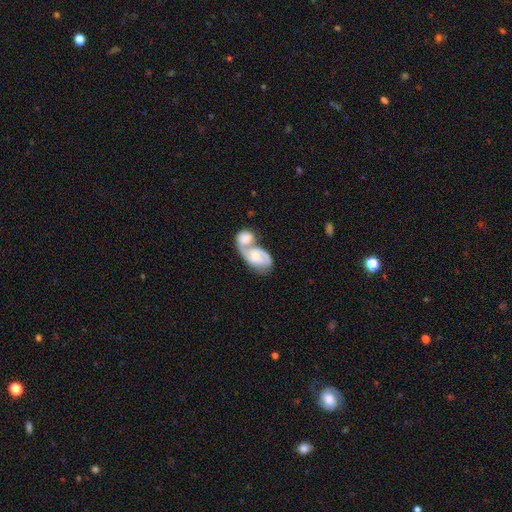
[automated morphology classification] type=featured or disk (69%); edge-on=no (97%); bar=no (62%); spiral arms=yes (87%); winding=medium (45%); arm count=2 (73%); bulge=small (50%); merging=merger (73%).